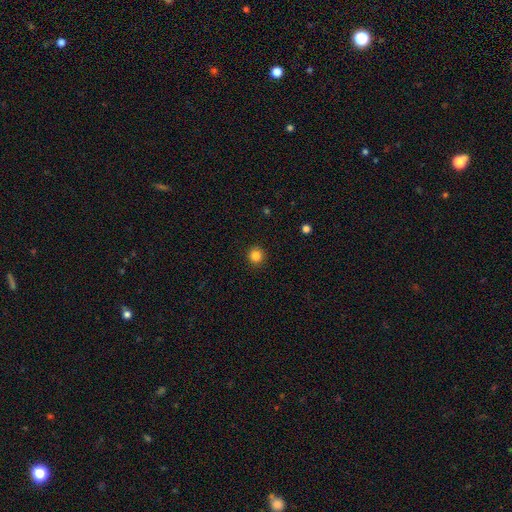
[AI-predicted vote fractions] smooth-or-featured: smooth: 84% | star or artifact: 12% | featured or disk: 5%
  how-rounded: round: 94% | in between: 5% | cigar-shaped: 1%
  merging: none: 92% | minor disturbance: 5% | major disturbance: 2% | merger: 1%